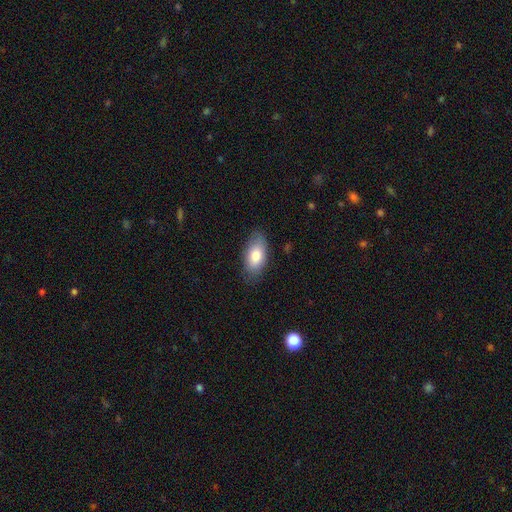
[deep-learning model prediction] The model was most divided on "merging": none: 79%, minor disturbance: 17%, major disturbance: 4%, merger: 1%. More confident: how rounded — in between (92%); smooth or featured — smooth (80%).